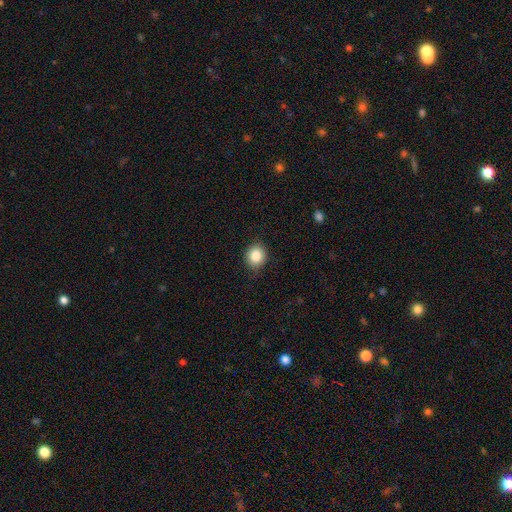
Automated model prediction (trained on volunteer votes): Q: Smooth or featured?
A: smooth (86%); runner-up: star or artifact (9%)
Q: How rounded?
A: round (80%); runner-up: in between (19%)
Q: Merging?
A: none (84%); runner-up: minor disturbance (13%)